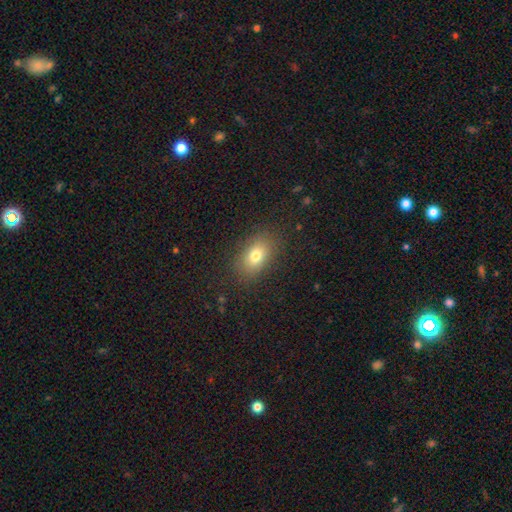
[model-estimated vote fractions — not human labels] A smooth galaxy with no disk features (76%) that is in between round and cigar-shaped (82%).

Vote fractions:
- Smooth or featured? smooth: 76% / featured or disk: 12% / star or artifact: 12%
- How rounded? in between: 82% / round: 16% / cigar-shaped: 2%
- Merging? none: 84% / minor disturbance: 11% / major disturbance: 4% / merger: 1%